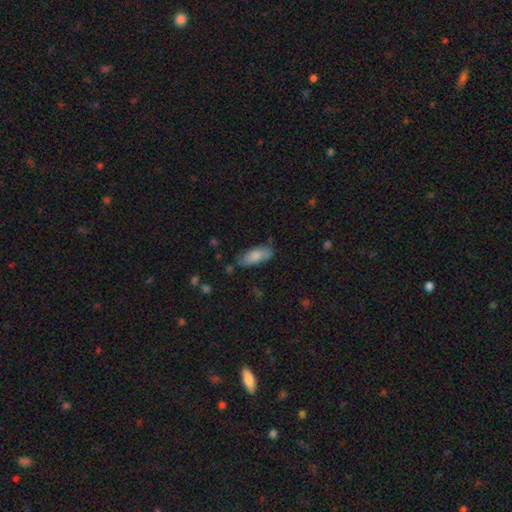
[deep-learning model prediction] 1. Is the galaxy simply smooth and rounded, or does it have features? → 81% smooth, 13% featured or disk, 6% star or artifact.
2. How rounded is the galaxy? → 80% in between, 18% cigar-shaped, 2% round.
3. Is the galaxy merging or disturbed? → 68% none, 23% minor disturbance, 6% major disturbance, 3% merger.